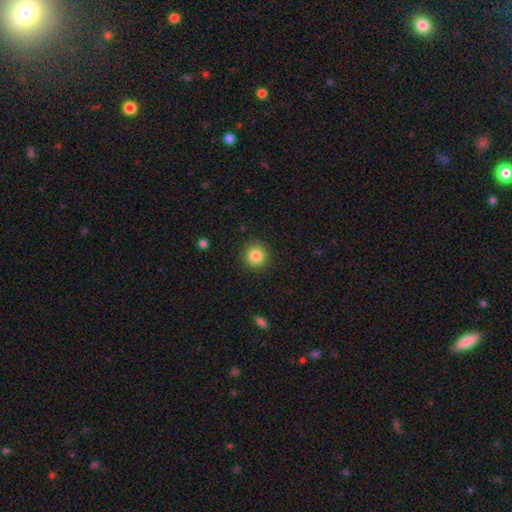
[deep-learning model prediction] Smooth or featured?
  - smooth: 85% *
  - star or artifact: 10%
  - featured or disk: 5%
How rounded?
  - round: 94% *
  - in between: 5%
  - cigar-shaped: 1%
Merging?
  - none: 91% *
  - minor disturbance: 6%
  - major disturbance: 2%
  - merger: 1%